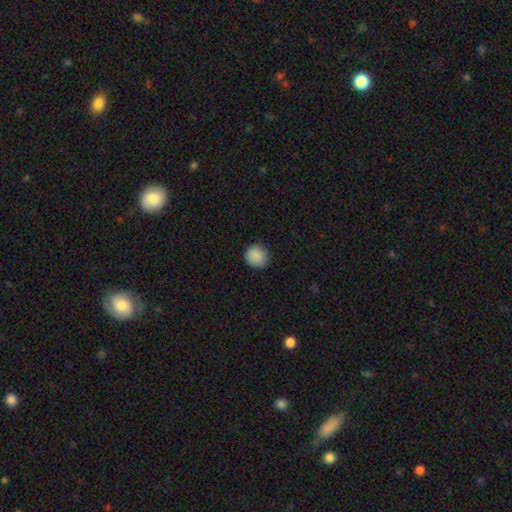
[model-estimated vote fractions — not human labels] smooth_or_featured: smooth (p=0.88) [alt: star or artifact p=0.08]
how_rounded: round (p=0.90) [alt: in between p=0.09]
merging: none (p=0.86) [alt: minor disturbance p=0.11]